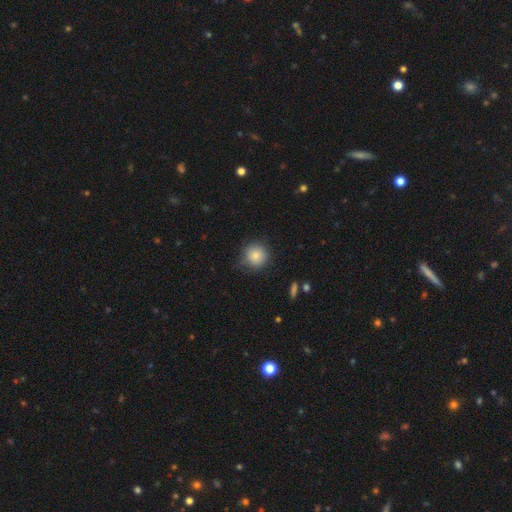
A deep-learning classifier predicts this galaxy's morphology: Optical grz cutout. It shows a smooth galaxy with no disk features (83%) that is round (93%). Merging: none (77%).